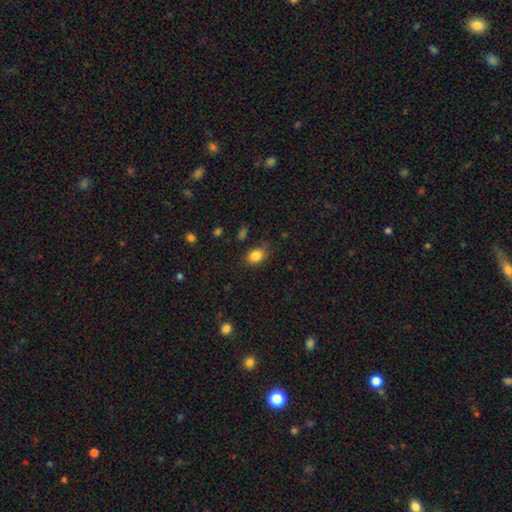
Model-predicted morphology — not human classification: Smooth or featured: smooth — 84% (star or artifact — 10%)
How rounded: in between — 68% (round — 31%)
Merging: none — 74% (minor disturbance — 19%)